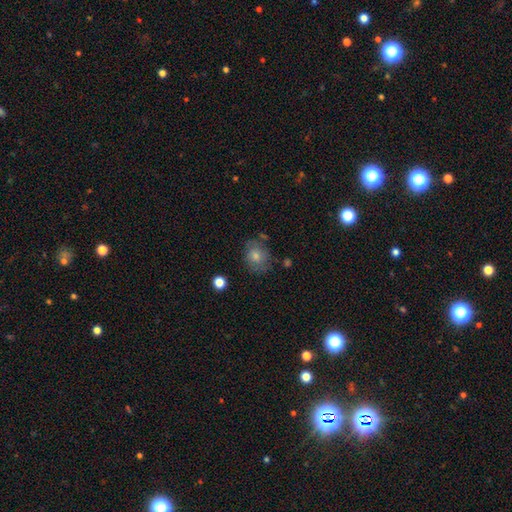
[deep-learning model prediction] smooth_or_featured: smooth (p=0.58) [alt: featured or disk p=0.26]
how_rounded: round (p=0.70) [alt: in between p=0.29]
merging: none (p=0.74) [alt: minor disturbance p=0.17]